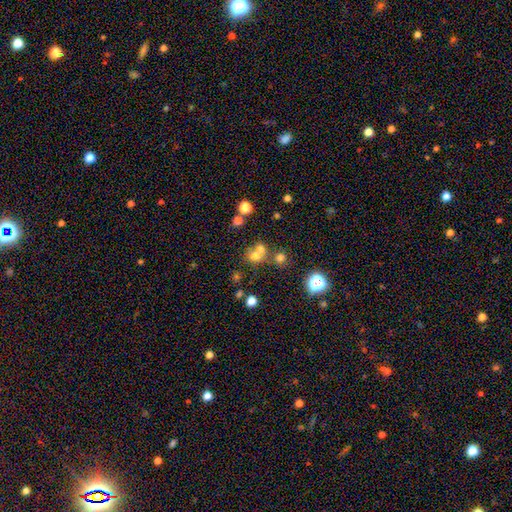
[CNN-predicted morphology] smooth 64%, star or artifact 22%, featured or disk 14%. Down the decision tree: how rounded — round (78%); merging — merger (46%).